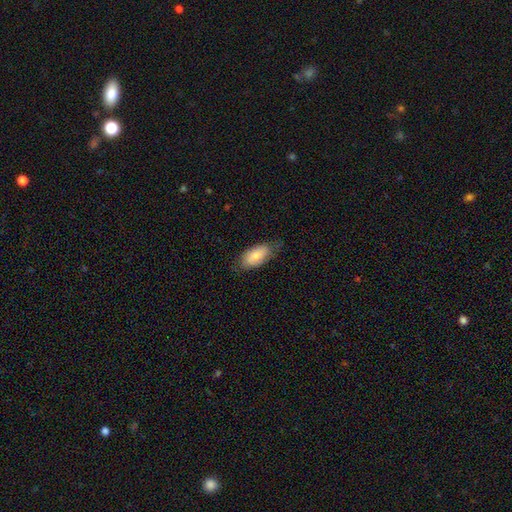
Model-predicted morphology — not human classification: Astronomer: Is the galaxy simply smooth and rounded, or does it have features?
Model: smooth — 75%.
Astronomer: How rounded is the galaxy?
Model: in between — 92%.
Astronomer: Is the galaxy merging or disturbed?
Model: none — 66%.